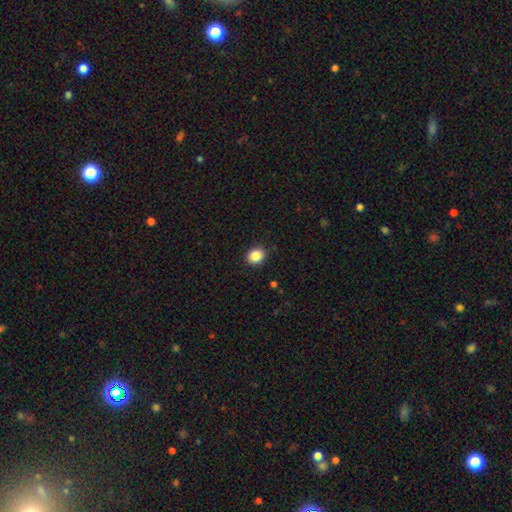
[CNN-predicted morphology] smooth-or-featured: smooth: 86% | star or artifact: 10% | featured or disk: 4%
  how-rounded: round: 73% | in between: 27% | cigar-shaped: 1%
  merging: none: 90% | minor disturbance: 7% | major disturbance: 2% | merger: 1%